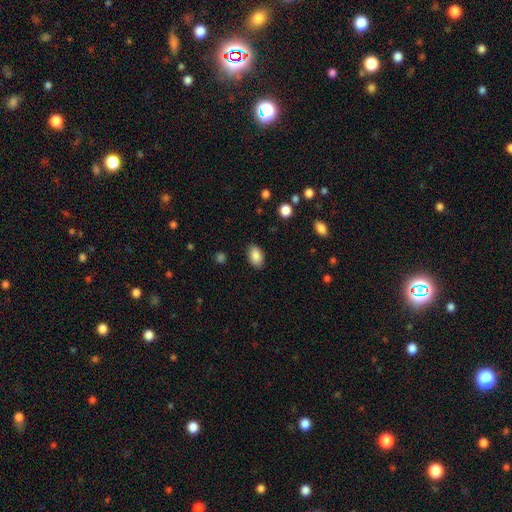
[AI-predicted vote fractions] Overall: smooth (88%). How rounded: in between (88%). Merging: none (86%).